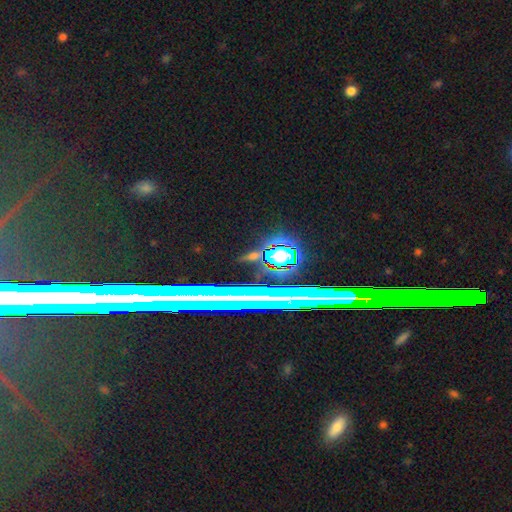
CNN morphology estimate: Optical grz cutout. It shows a star or artifact, not a galaxy (66%).